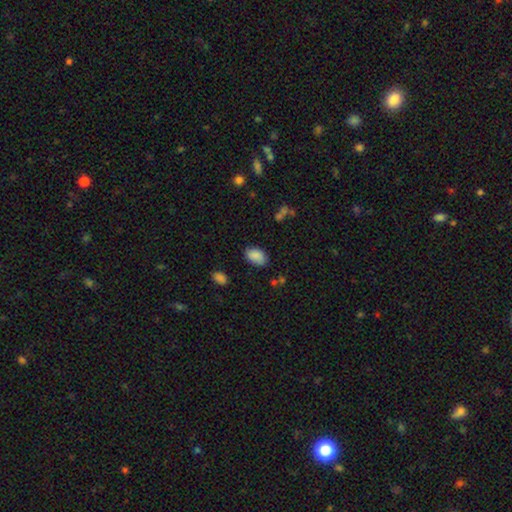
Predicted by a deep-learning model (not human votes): Q: Smooth or featured?
A: smooth (88%); runner-up: star or artifact (8%)
Q: How rounded?
A: in between (91%); runner-up: round (8%)
Q: Merging?
A: none (78%); runner-up: minor disturbance (16%)